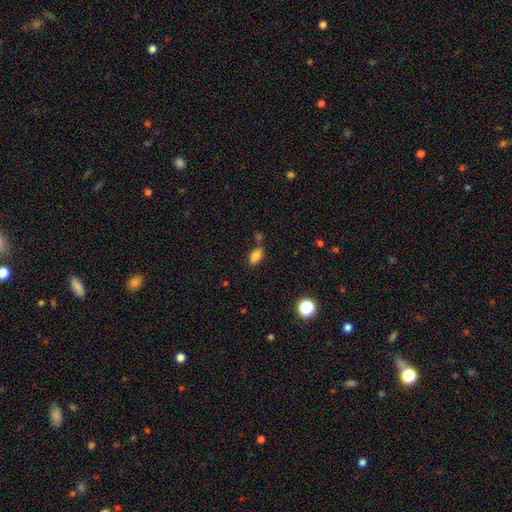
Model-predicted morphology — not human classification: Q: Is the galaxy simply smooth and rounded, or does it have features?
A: smooth — 83%.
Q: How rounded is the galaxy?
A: in between — 89%.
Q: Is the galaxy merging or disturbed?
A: none — 69%.